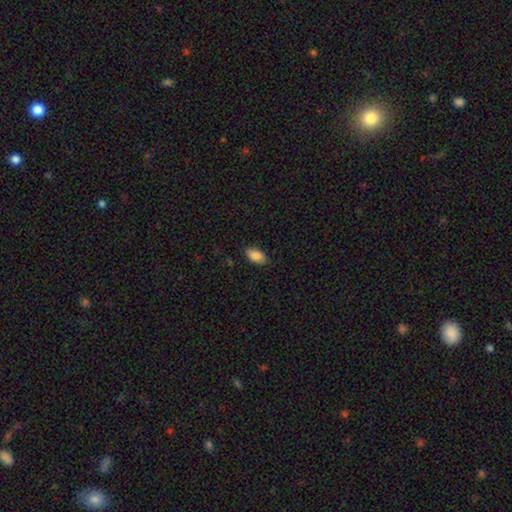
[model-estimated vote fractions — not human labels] Smooth or featured?
  - smooth: 86% *
  - star or artifact: 7%
  - featured or disk: 7%
How rounded?
  - in between: 94% *
  - round: 4%
  - cigar-shaped: 2%
Merging?
  - none: 86% *
  - minor disturbance: 11%
  - major disturbance: 2%
  - merger: 1%